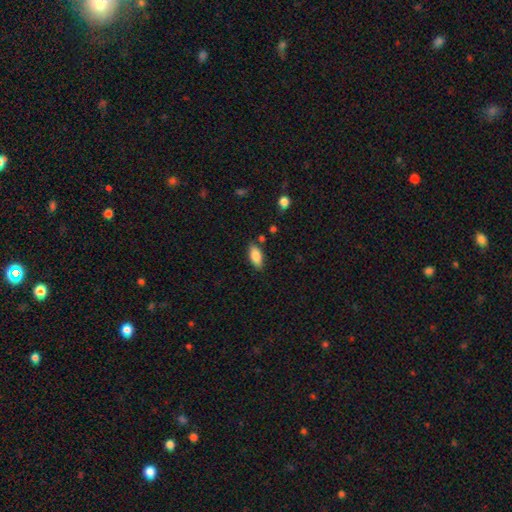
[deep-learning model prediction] This is clearly a smooth galaxy (85%). How rounded: clearly in between (87%). Merging: clearly none (81%).